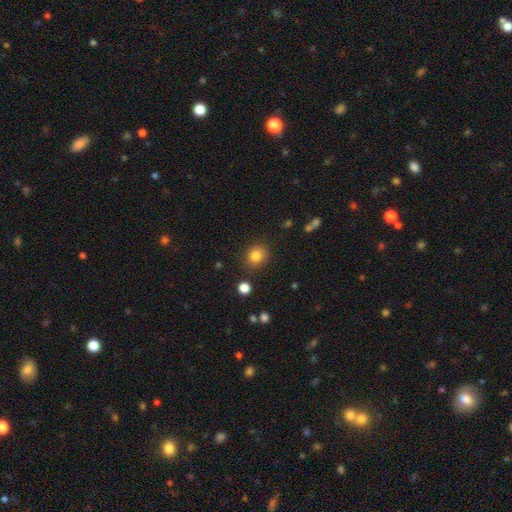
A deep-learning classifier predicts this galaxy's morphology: This is clearly a smooth galaxy (83%). How rounded: likely round (77%). Merging: clearly none (85%).